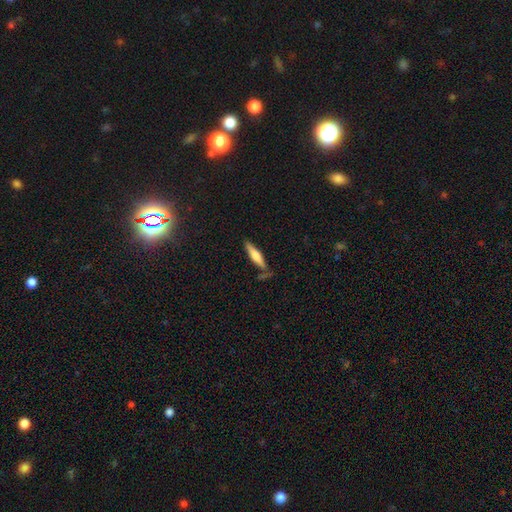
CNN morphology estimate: This is possibly a smooth galaxy (60%). How rounded: clearly cigar-shaped (82%). Merging: likely none (73%).